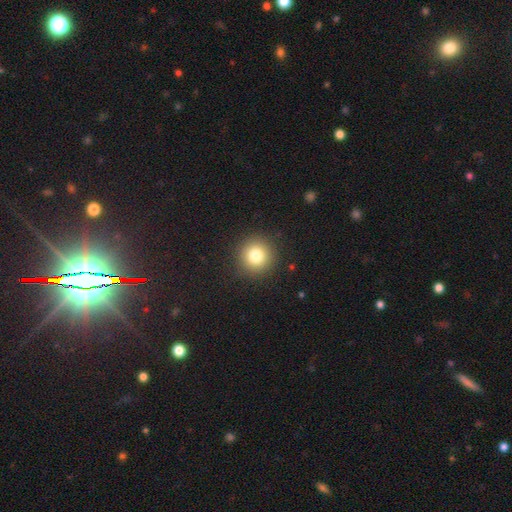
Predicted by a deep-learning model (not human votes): Overall: smooth (80%). How rounded: round (94%). Merging: none (91%).